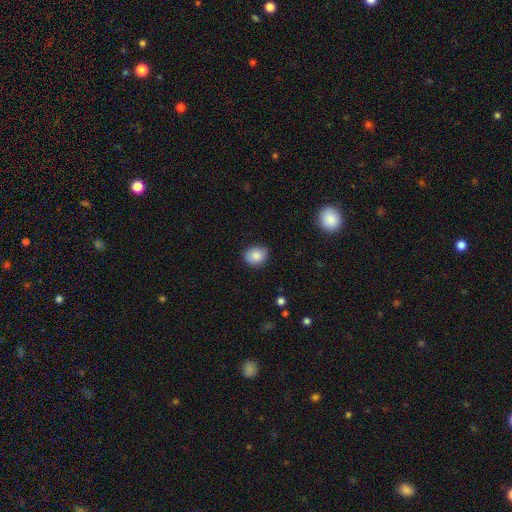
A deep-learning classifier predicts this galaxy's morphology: type=smooth (87%); roundness=round (63%); merging=none (83%).